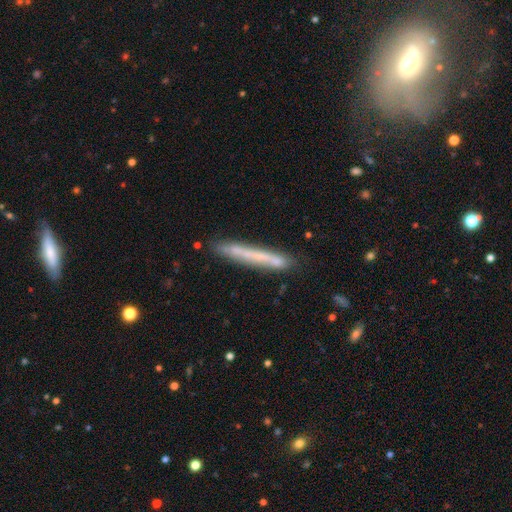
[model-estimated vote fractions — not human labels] Smooth or featured? smooth (53%)
How rounded? cigar-shaped (97%)
Merging? none (82%)